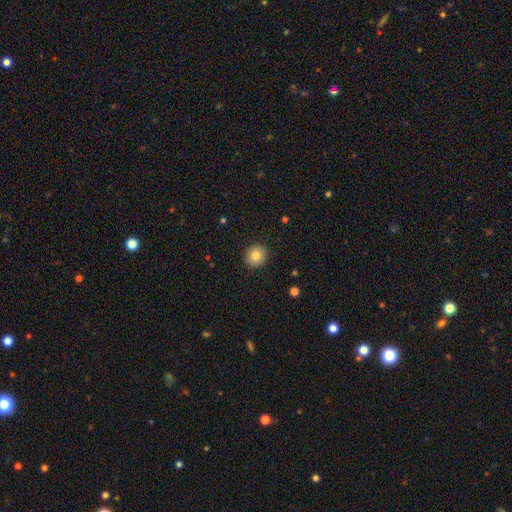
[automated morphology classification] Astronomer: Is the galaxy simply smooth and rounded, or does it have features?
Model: smooth — 83%.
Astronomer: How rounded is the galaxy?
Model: round — 92%.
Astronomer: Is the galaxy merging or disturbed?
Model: none — 91%.